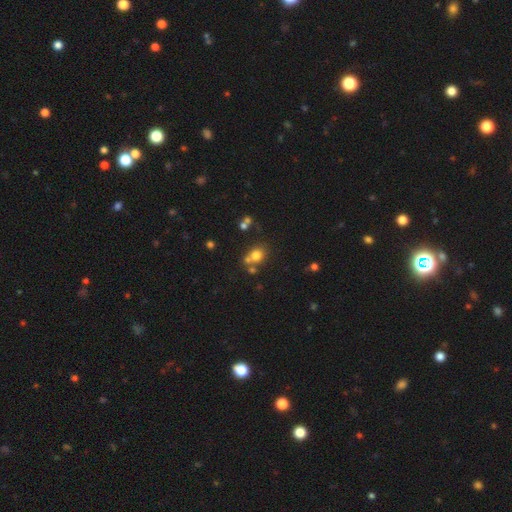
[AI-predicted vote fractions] Morphology: type=smooth (74%); roundness=round (69%); merging=none (55%).